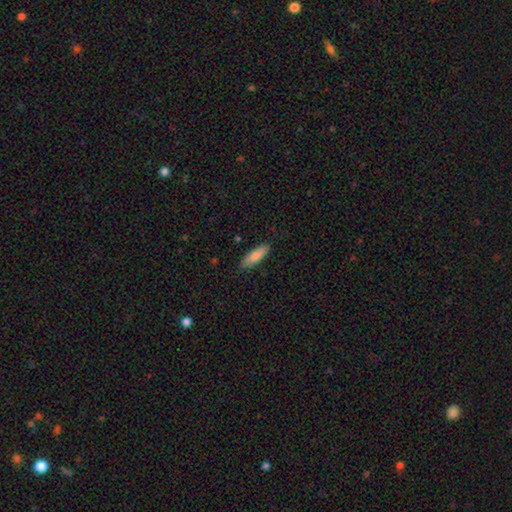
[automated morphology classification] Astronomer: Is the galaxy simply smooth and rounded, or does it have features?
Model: smooth — 81%.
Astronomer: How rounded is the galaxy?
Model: cigar-shaped — 57% (runner-up: in between, 42%).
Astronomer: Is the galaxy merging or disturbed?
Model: none — 85%.